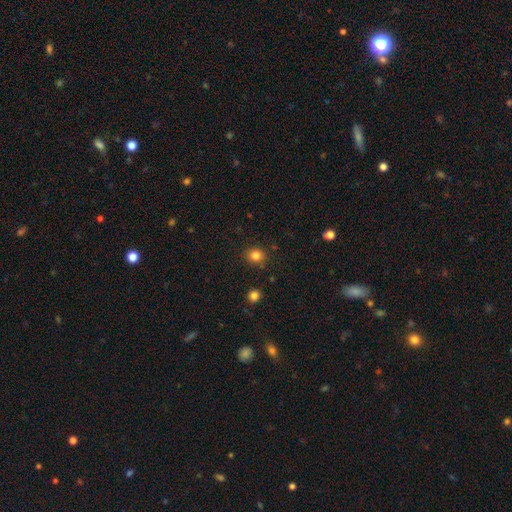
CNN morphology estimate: Smooth or featured?
  - smooth: 83% *
  - star or artifact: 12%
  - featured or disk: 5%
How rounded?
  - round: 69% *
  - in between: 30%
  - cigar-shaped: 1%
Merging?
  - none: 88% *
  - minor disturbance: 8%
  - major disturbance: 2%
  - merger: 2%